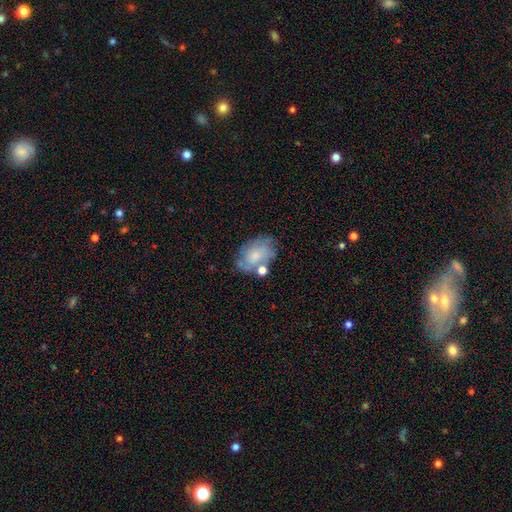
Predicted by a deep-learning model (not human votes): smooth 51%, featured or disk 40%, star or artifact 9%. Down the decision tree: how rounded — in between (81%); merging — none (54%).